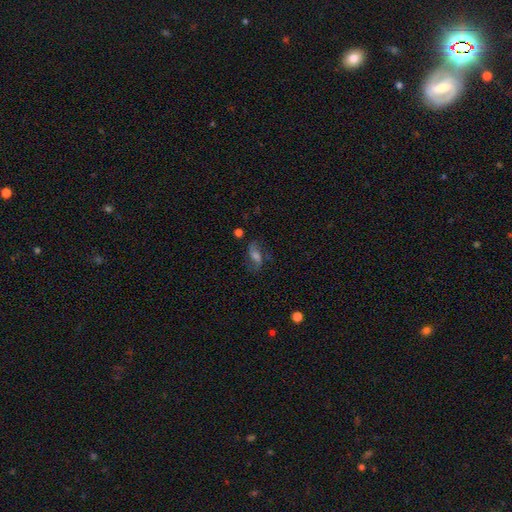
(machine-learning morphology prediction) Smooth or featured? featured or disk (62%)
Edge-on disk? no (93%)
Bar? weak (43%)
Spiral arms? yes (90%)
Spiral winding? loose (55%)
Spiral arm count? 2 (87%)
Bulge size? moderate (43%)
Merging? none (72%)